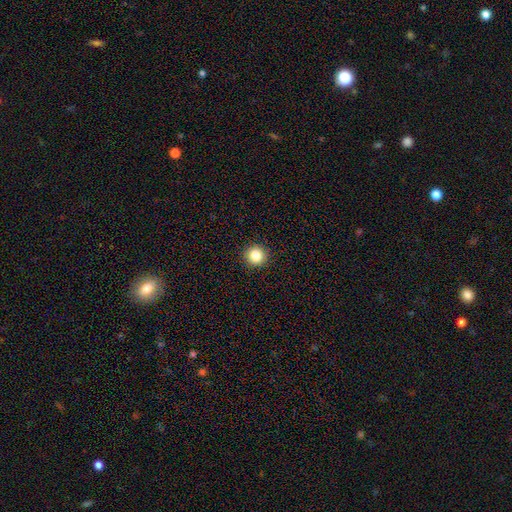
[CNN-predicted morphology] Overall: smooth (85%). How rounded: round (95%). Merging: none (93%).